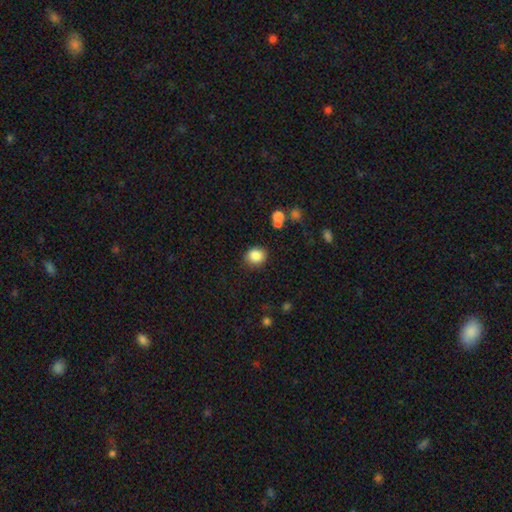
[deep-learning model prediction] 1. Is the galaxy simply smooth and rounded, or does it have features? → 86% smooth, 10% star or artifact, 4% featured or disk.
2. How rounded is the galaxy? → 73% round, 26% in between, 1% cigar-shaped.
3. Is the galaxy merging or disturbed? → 81% none, 12% minor disturbance, 3% major disturbance, 3% merger.